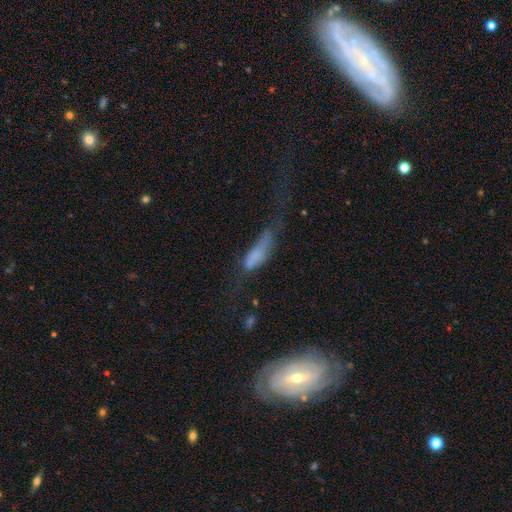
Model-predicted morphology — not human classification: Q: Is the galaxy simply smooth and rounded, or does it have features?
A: smooth — 57%.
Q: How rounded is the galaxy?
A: cigar-shaped — 51%.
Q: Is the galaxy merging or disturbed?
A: major disturbance — 50%.